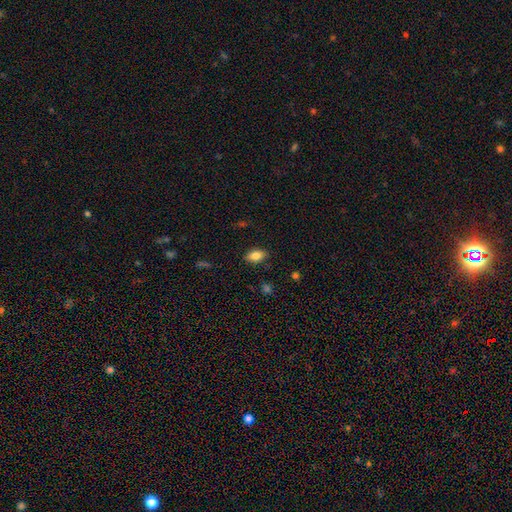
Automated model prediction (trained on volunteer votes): This appears to be a smooth galaxy with no disk features (81%) that is in between round and cigar-shaped (88%). Merging: none (85%).